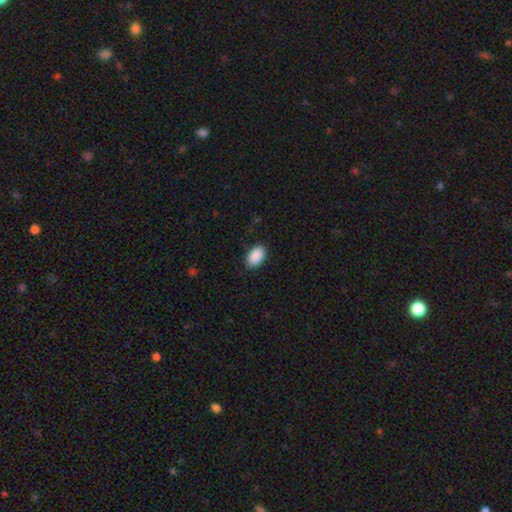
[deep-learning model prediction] smooth-or-featured: smooth: 91% | star or artifact: 7% | featured or disk: 2%
  how-rounded: in between: 92% | round: 7% | cigar-shaped: 1%
  merging: none: 86% | minor disturbance: 10% | major disturbance: 2% | merger: 1%